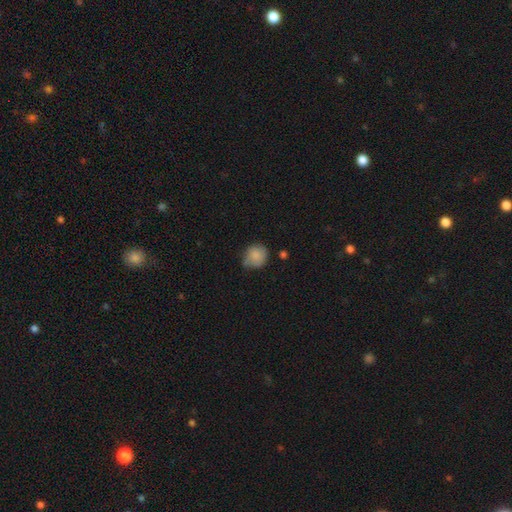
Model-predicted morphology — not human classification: Smooth or featured? smooth (81%)
How rounded? round (82%)
Merging? none (57%)